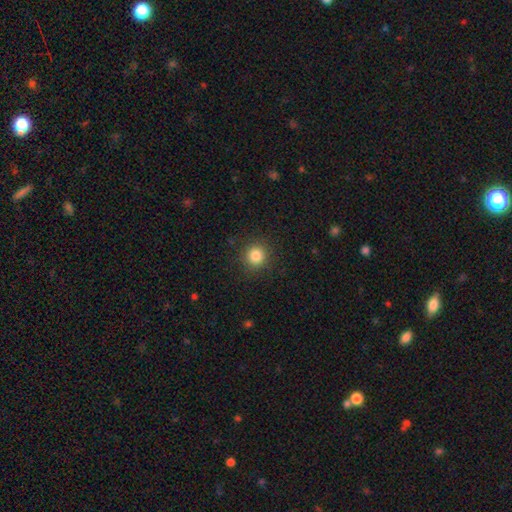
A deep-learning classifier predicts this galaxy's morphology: Smooth or featured?
  - smooth: 84% *
  - star or artifact: 12%
  - featured or disk: 5%
How rounded?
  - round: 93% *
  - in between: 6%
  - cigar-shaped: 1%
Merging?
  - none: 90% *
  - minor disturbance: 7%
  - major disturbance: 3%
  - merger: 1%